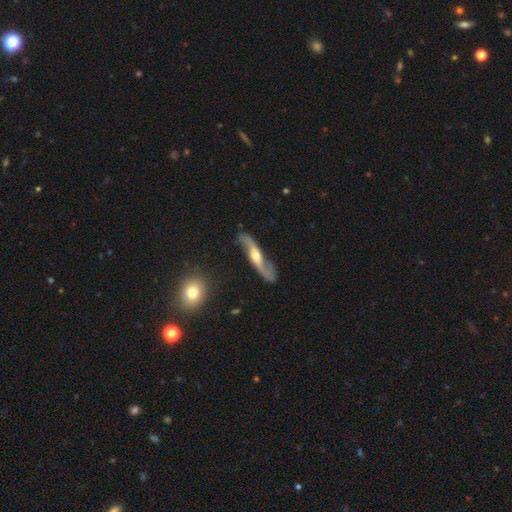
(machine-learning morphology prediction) featured or disk 80%, smooth 15%, star or artifact 5%. Down the decision tree: edge-on disk — no (70%); bar — no (47%); spiral arms — yes (92%); spiral arm count — 2 (91%); spiral winding — loose (77%); bulge size — moderate (65%); merging — none (75%).